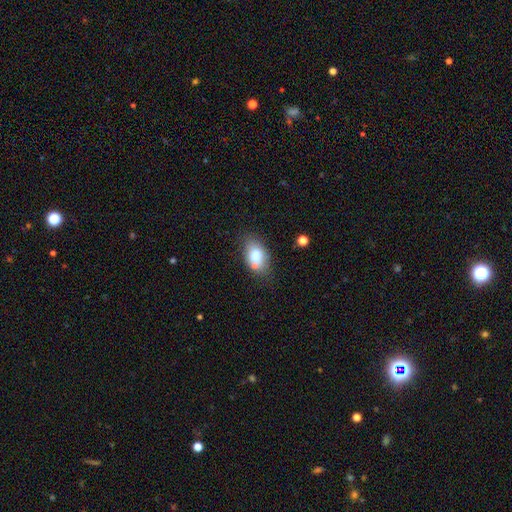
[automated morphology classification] Smooth or featured: smooth — 76% (featured or disk — 15%)
How rounded: in between — 86% (round — 12%)
Merging: none — 61% (minor disturbance — 20%)